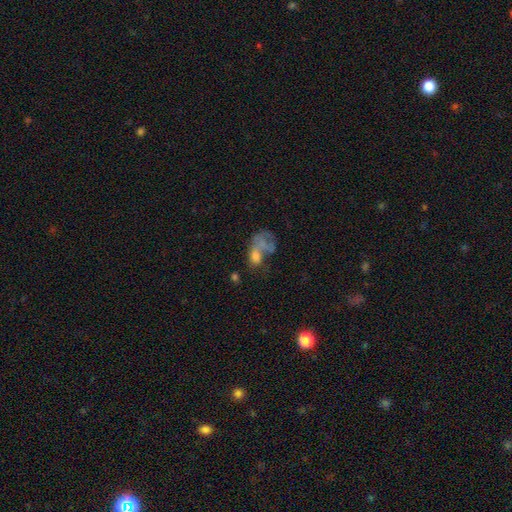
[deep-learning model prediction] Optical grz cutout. It shows a smooth galaxy with no disk features (52%) that is in between round and cigar-shaped (78%). Merging: merger (35%, tied with major disturbance).